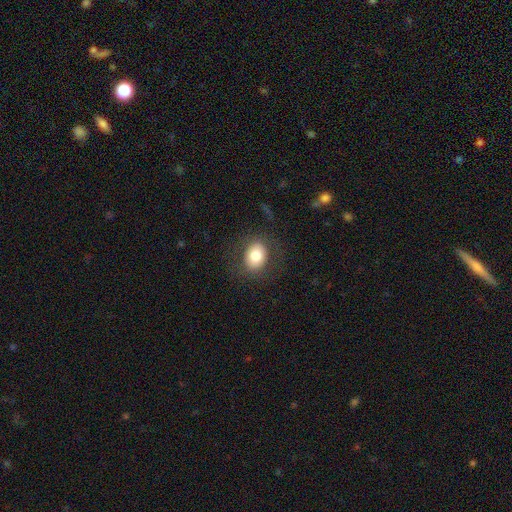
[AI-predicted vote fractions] smooth_or_featured: smooth (p=0.77) [alt: featured or disk p=0.14]
how_rounded: in between (p=0.58) [alt: round p=0.41]
merging: none (p=0.82) [alt: minor disturbance p=0.11]